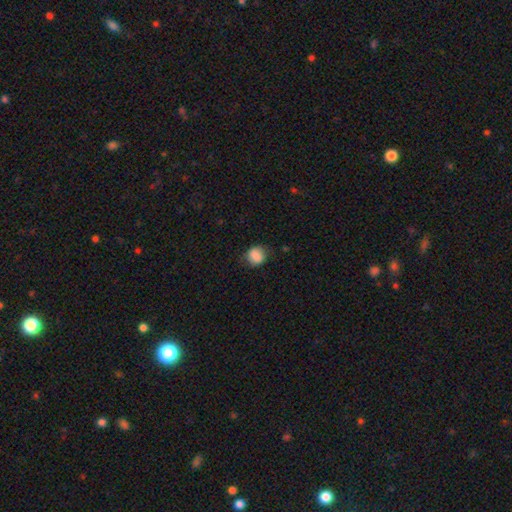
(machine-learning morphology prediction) Overall: smooth (85%). How rounded: round (68%; in between 31%). Merging: none (70%).